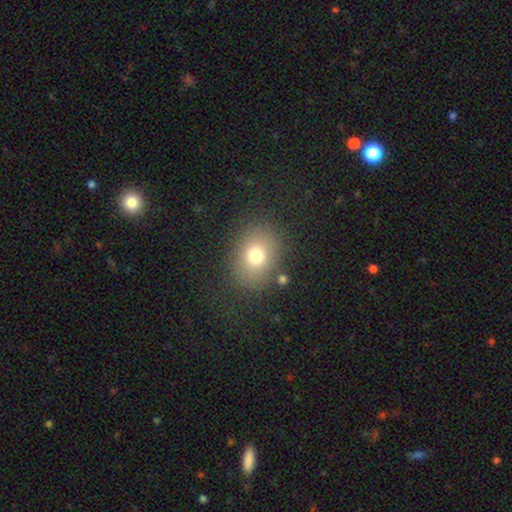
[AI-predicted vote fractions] A smooth galaxy with no disk features (75%) that is in between round and cigar-shaped (52%).

Vote fractions:
- Smooth or featured? smooth: 75% / star or artifact: 13% / featured or disk: 11%
- How rounded? in between: 52% / round: 47% / cigar-shaped: 1%
- Merging? none: 81% / minor disturbance: 11% / major disturbance: 5% / merger: 3%